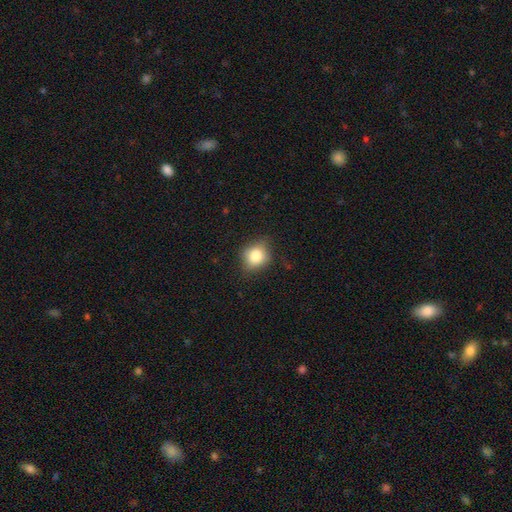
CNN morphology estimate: type=smooth (79%); roundness=round (66%); merging=none (74%).